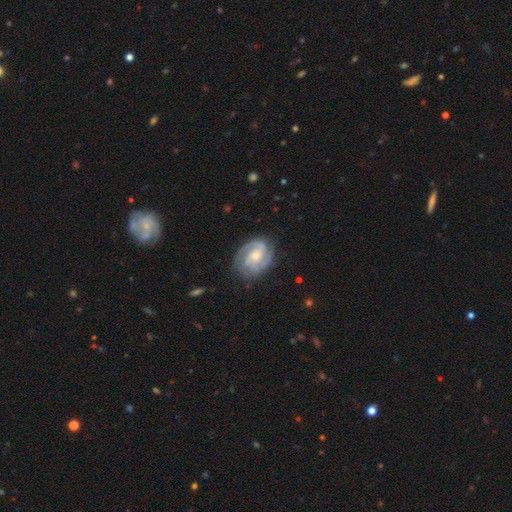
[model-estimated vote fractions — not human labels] Smooth or featured? featured or disk (84%)
Edge-on disk? no (98%)
Bar? no (49%)
Spiral arms? yes (97%)
Spiral winding? tight (49%)
Spiral arm count? 2 (65%)
Bulge size? small (59%)
Merging? none (77%)